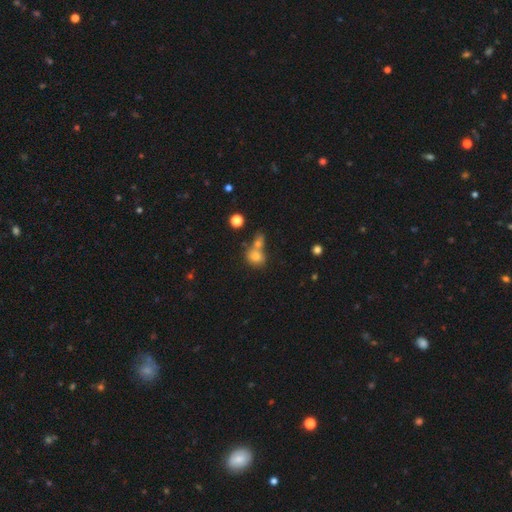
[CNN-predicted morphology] smooth 77%, star or artifact 12%, featured or disk 11%. Down the decision tree: how rounded — round (59%); merging — merger (50%).